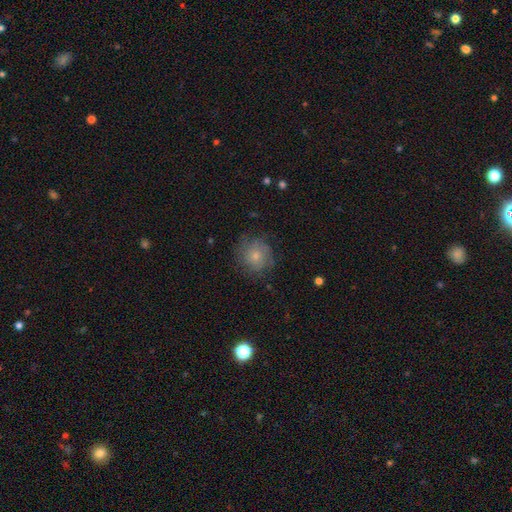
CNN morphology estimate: smooth 63%, featured or disk 28%, star or artifact 9%. Down the decision tree: how rounded — round (89%); merging — none (72%).